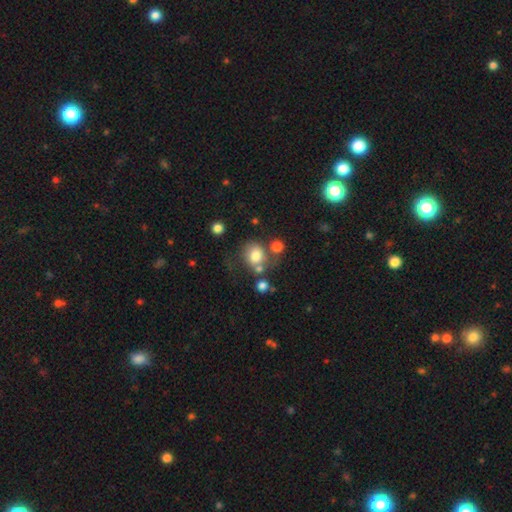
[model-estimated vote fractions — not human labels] Smooth or featured? smooth (75%)
How rounded? round (73%)
Merging? none (50%)